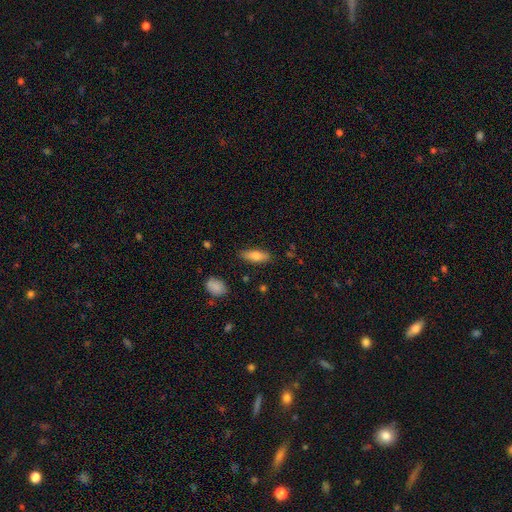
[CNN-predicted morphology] smooth 75%, featured or disk 19%, star or artifact 7%. Down the decision tree: how rounded — in between (58%); merging — none (85%).